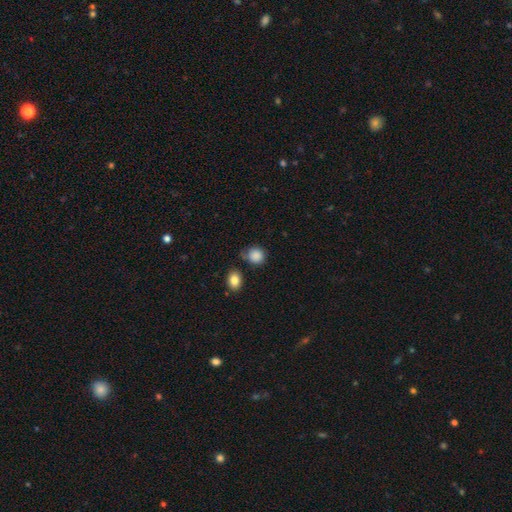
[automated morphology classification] smooth 87%, star or artifact 8%, featured or disk 4%. Down the decision tree: how rounded — round (80%); merging — none (65%).